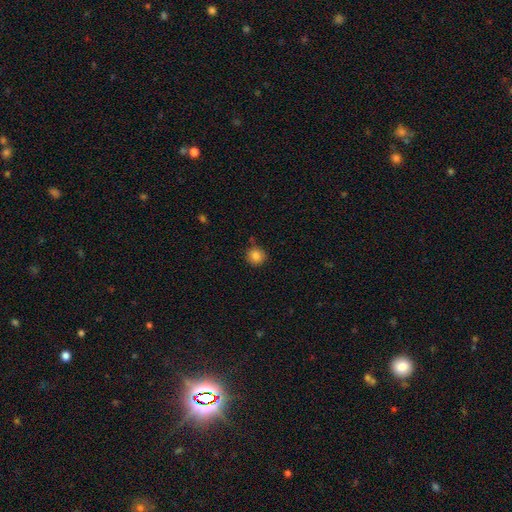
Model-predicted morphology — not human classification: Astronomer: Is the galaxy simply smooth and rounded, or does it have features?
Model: smooth — 84%.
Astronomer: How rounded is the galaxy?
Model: round — 92%.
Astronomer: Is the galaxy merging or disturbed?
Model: none — 84%.